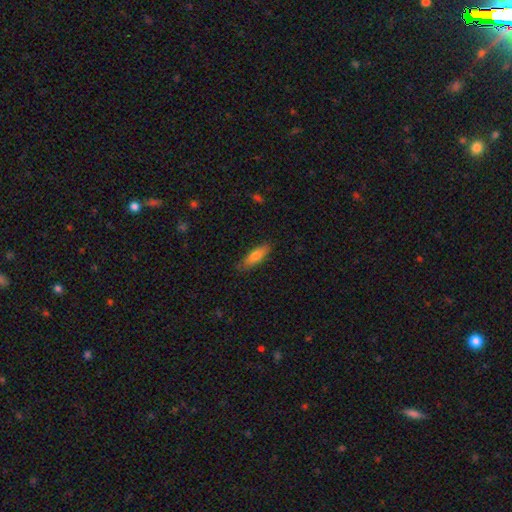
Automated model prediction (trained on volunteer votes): smooth 71%, featured or disk 23%, star or artifact 6%. Down the decision tree: how rounded — in between (54%); merging — none (83%).